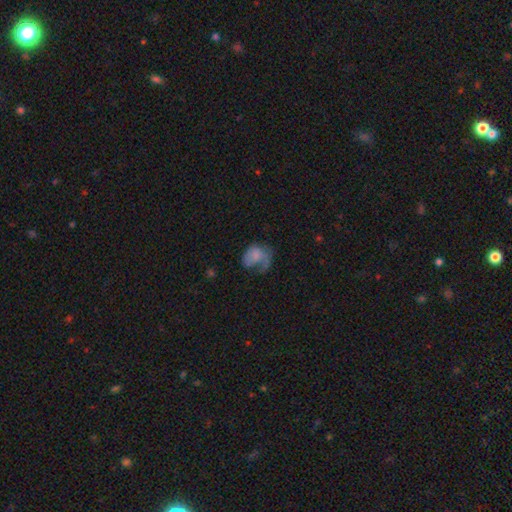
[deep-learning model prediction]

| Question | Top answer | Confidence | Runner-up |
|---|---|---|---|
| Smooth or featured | smooth | 47% | featured or disk (44%) |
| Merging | major disturbance | 49% | none (27%) |